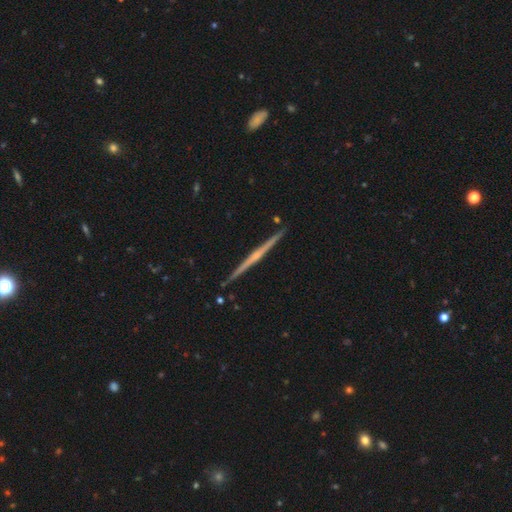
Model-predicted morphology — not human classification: The model was most divided on "edge-on bulge": rounded: 53%, none: 39%, boxy: 8%. More confident: edge-on disk — yes (99%); merging — none (92%); smooth or featured — featured or disk (79%).